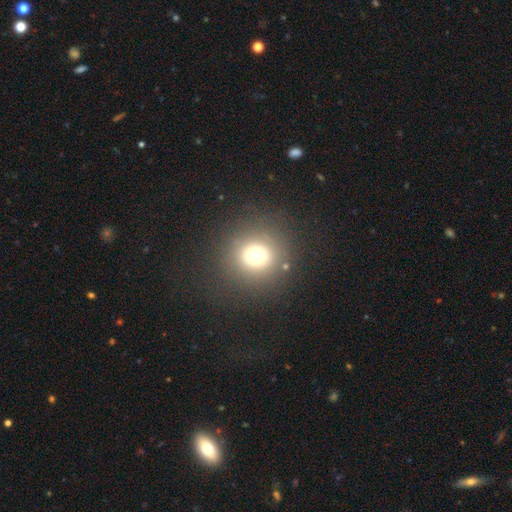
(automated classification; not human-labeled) smooth-or-featured: smooth: 68% | star or artifact: 18% | featured or disk: 13%
  how-rounded: round: 93% | in between: 6% | cigar-shaped: 1%
  merging: none: 85% | minor disturbance: 8% | major disturbance: 5% | merger: 2%